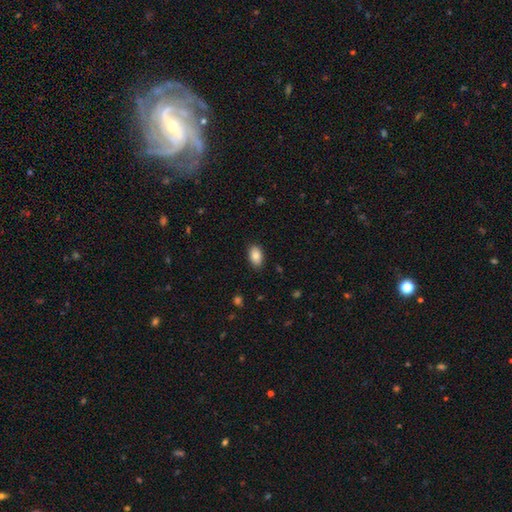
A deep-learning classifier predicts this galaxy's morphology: Smooth or featured: smooth — 86% (star or artifact — 7%)
How rounded: in between — 92% (round — 7%)
Merging: none — 86% (minor disturbance — 10%)